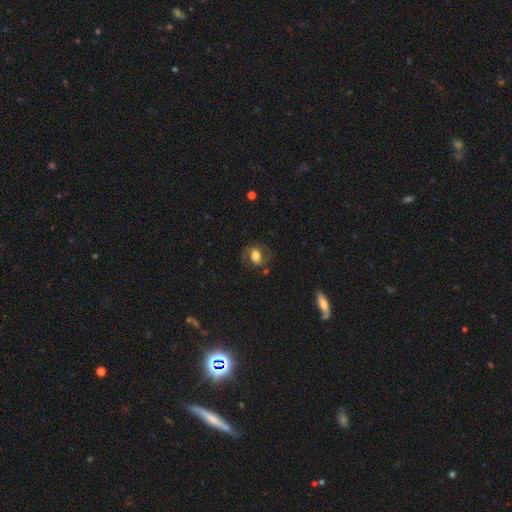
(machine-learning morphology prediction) Smooth or featured?
  - smooth: 48% *
  - featured or disk: 43%
  - star or artifact: 9%
Merging?
  - none: 65% *
  - minor disturbance: 19%
  - major disturbance: 13%
  - merger: 2%